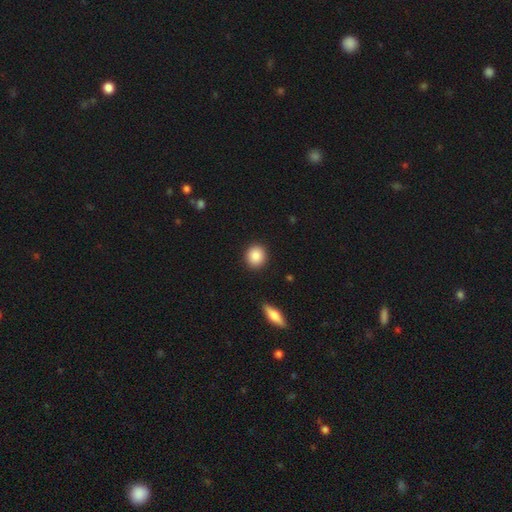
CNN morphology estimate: Smooth or featured?
  - smooth: 87% *
  - star or artifact: 8%
  - featured or disk: 5%
How rounded?
  - round: 84% *
  - in between: 15%
  - cigar-shaped: 1%
Merging?
  - none: 91% *
  - minor disturbance: 6%
  - major disturbance: 2%
  - merger: 1%